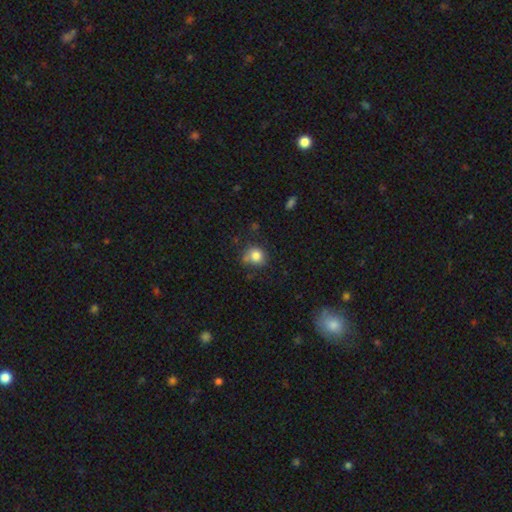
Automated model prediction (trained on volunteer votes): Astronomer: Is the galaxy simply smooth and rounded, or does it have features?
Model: smooth — 82%.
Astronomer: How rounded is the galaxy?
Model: round — 81%.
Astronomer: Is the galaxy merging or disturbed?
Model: none — 65%.